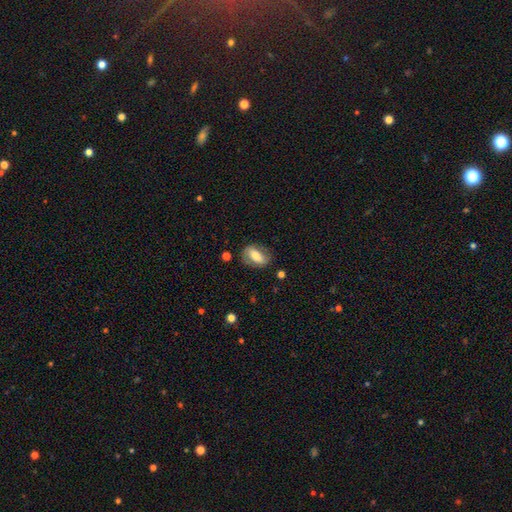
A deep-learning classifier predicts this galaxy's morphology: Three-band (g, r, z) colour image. It shows a smooth galaxy with no disk features (52%) that is in between round and cigar-shaped (82%). Merging: none (75%).